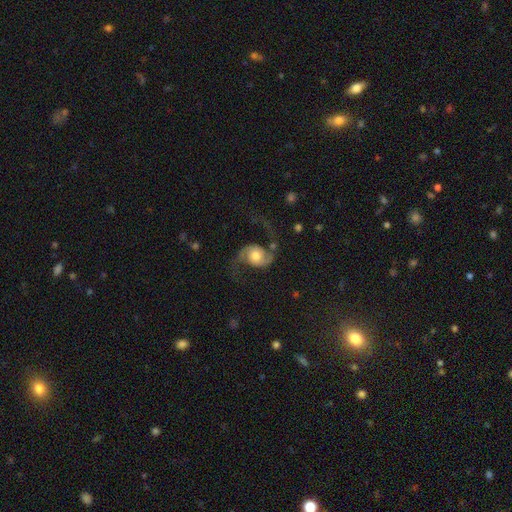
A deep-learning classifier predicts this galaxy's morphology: A featured or disk galaxy (84%) with no bar (70%), 2 (94%) loose (71%) spiral arms (96%) and a moderate central bulge (60%).

Vote fractions:
- Smooth or featured? featured or disk: 84% / smooth: 10% / star or artifact: 6%
- Edge-on disk? no: 97% / yes: 3%
- Bar? no: 70% / weak: 24% / strong: 6%
- Spiral arms? yes: 96% / no: 4%
- Spiral winding? loose: 71% / medium: 24% / tight: 5%
- Spiral arm count? 2: 94% / 1: 2% / can't tell: 2% / 3: 1% / 4: 1% / more than 4: 1%
- Bulge size? moderate: 60% / large: 23% / small: 11% / dominant: 4% / none: 2%
- Merging? none: 64% / major disturbance: 18% / minor disturbance: 15% / merger: 3%